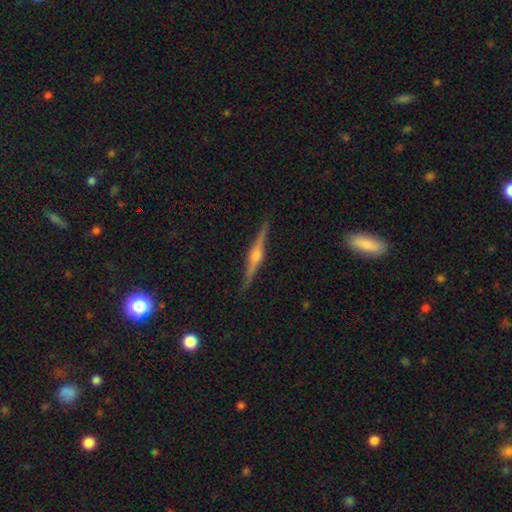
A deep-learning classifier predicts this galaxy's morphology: featured or disk 83%, smooth 11%, star or artifact 6%. Down the decision tree: edge-on disk — yes (98%); edge-on bulge — rounded (90%); merging — none (90%).